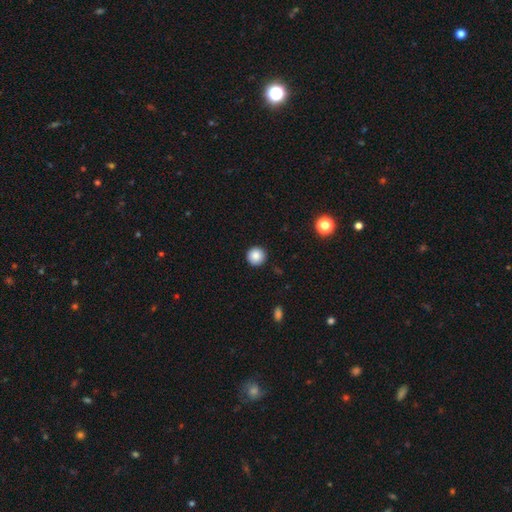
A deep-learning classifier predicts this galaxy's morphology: A smooth galaxy with no disk features (88%) that is round (96%).

Vote fractions:
- Smooth or featured? smooth: 88% / star or artifact: 9% / featured or disk: 3%
- How rounded? round: 96% / in between: 3% / cigar-shaped: 1%
- Merging? none: 92% / minor disturbance: 5% / major disturbance: 2% / merger: 1%